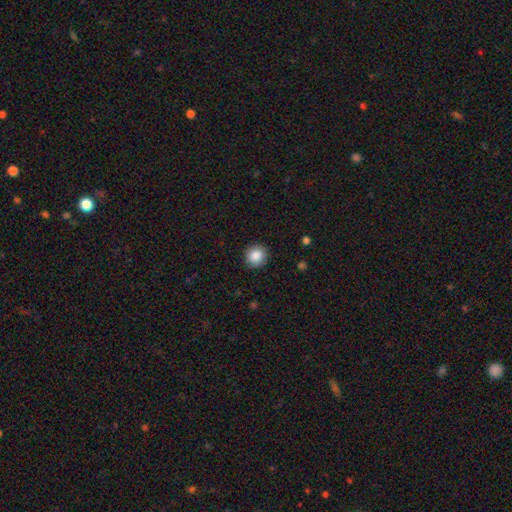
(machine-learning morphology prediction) A smooth galaxy with no disk features (87%) that is round (92%).

Vote fractions:
- Smooth or featured? smooth: 87% / star or artifact: 8% / featured or disk: 5%
- How rounded? round: 92% / in between: 7% / cigar-shaped: 1%
- Merging? none: 90% / minor disturbance: 7% / major disturbance: 2% / merger: 1%